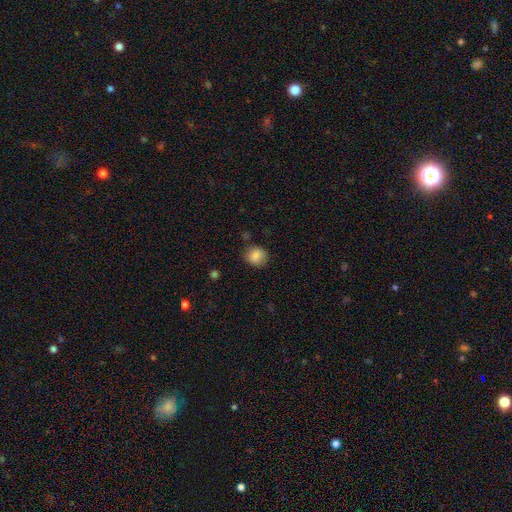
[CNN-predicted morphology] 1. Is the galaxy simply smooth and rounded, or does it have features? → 86% smooth, 9% star or artifact, 5% featured or disk.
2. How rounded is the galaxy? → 77% round, 22% in between, 1% cigar-shaped.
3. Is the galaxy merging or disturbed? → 79% none, 16% minor disturbance, 4% major disturbance, 2% merger.